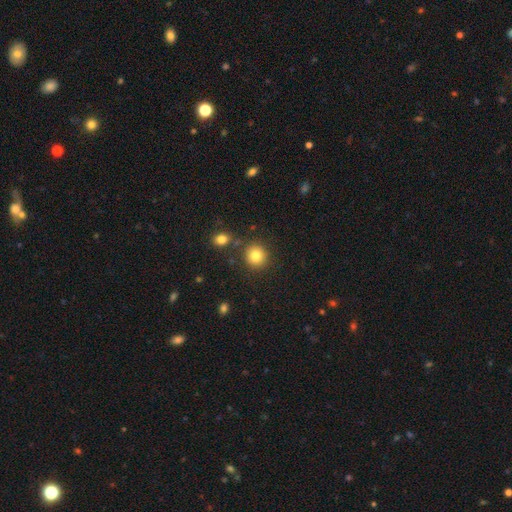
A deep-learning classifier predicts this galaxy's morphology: Overall: smooth (83%). How rounded: round (91%). Merging: none (85%).